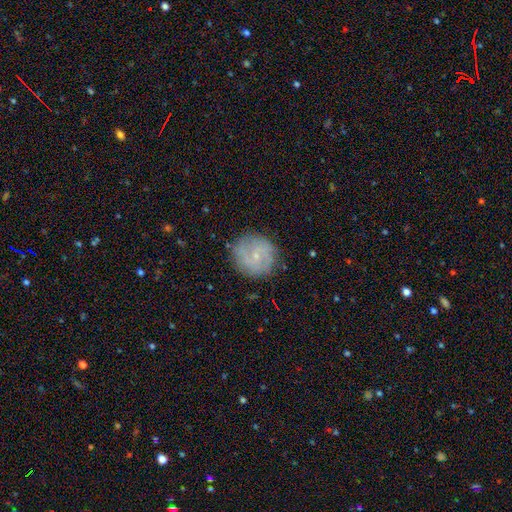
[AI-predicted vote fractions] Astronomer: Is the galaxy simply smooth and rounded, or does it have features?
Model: featured or disk — 59%.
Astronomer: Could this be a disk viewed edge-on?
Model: no — 97%.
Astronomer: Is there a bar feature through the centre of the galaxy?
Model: no — 59% (runner-up: weak, 35%).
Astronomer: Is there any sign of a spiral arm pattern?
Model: yes — 82%.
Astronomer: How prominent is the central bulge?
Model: small — 81%.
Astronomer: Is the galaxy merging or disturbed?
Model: none — 82%.